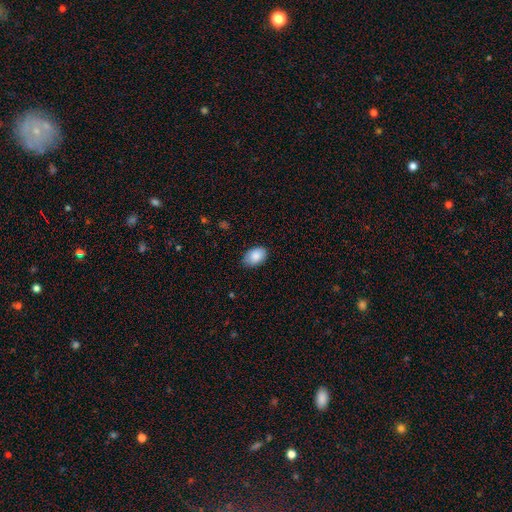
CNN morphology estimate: This appears to be a smooth galaxy with no disk features (88%) that is in between round and cigar-shaped (88%). Merging: none (81%).